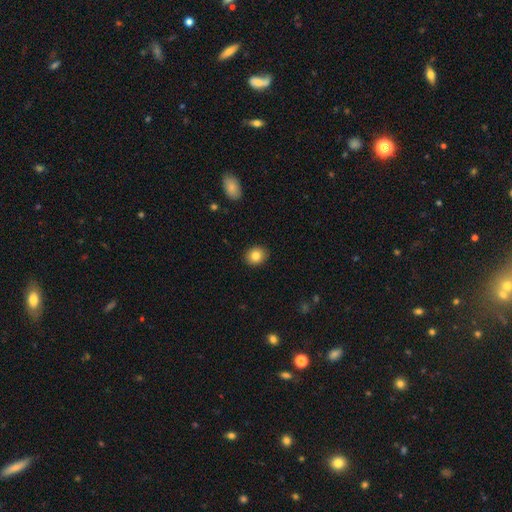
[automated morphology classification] type=smooth (83%); roundness=round (75%); merging=none (91%).